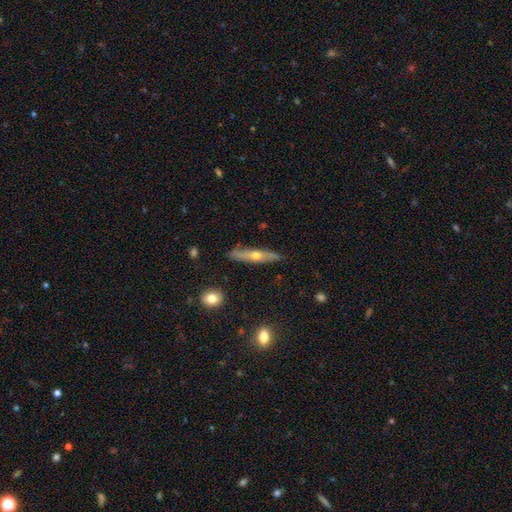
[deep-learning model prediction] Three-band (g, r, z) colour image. It shows a featured or disk galaxy (62%) viewed edge-on (90%) with a rounded central bulge (88%). Merging: none (84%).